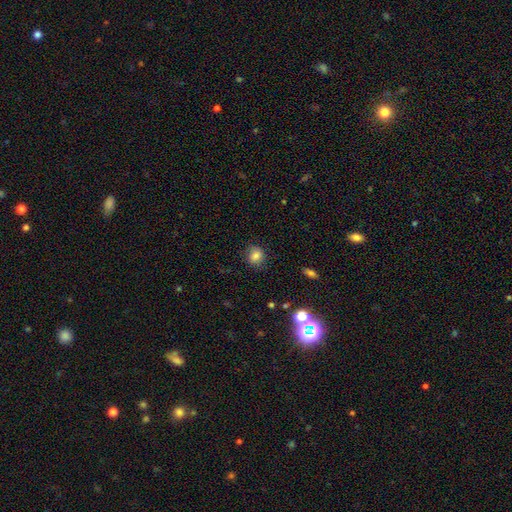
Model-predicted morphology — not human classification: smooth 79%, star or artifact 12%, featured or disk 9%. Down the decision tree: how rounded — round (73%); merging — none (83%).